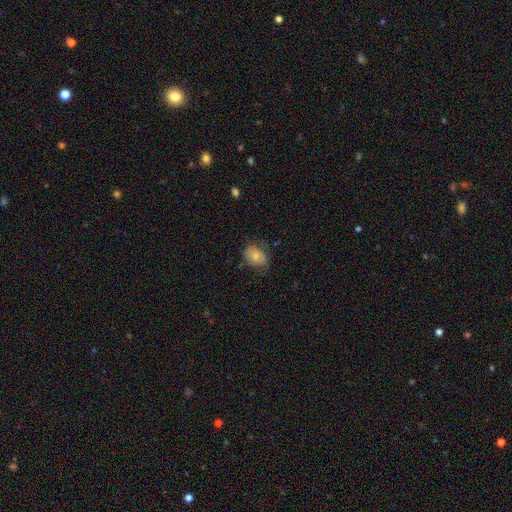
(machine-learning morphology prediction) This is likely a smooth galaxy (70%). How rounded: likely in between (65%). Merging: possibly none (59%).